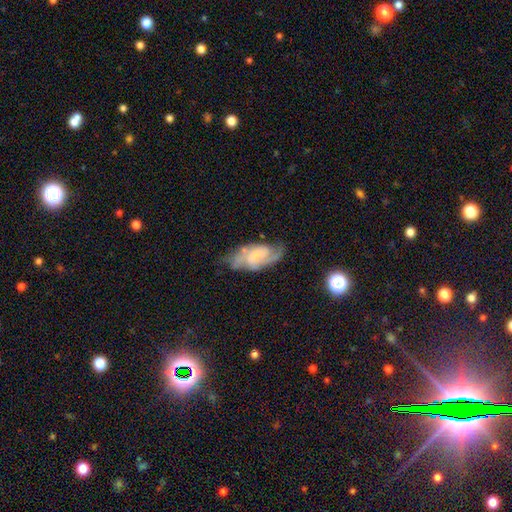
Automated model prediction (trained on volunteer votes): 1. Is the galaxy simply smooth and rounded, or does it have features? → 75% featured or disk, 18% smooth, 7% star or artifact.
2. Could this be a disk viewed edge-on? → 95% no, 5% yes.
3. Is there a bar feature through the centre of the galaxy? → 45% weak, 40% no, 15% strong.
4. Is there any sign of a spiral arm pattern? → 93% yes, 7% no.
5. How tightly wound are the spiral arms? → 48% medium, 32% tight, 20% loose.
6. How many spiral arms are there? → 65% 2, 16% can't tell, 10% 3, 5% 1, 2% 4, 2% more than 4.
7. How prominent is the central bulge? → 41% small, 25% none, 25% moderate, 7% large, 2% dominant.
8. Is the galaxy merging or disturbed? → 60% none, 24% minor disturbance, 13% major disturbance, 3% merger.